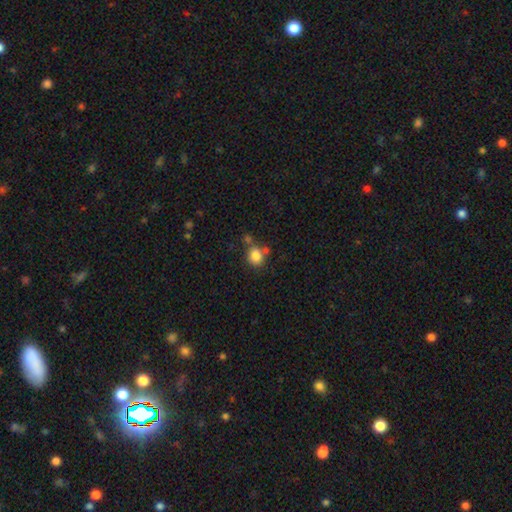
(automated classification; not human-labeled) This is clearly a smooth galaxy (84%). How rounded: likely round (75%). Merging: likely none (62%).